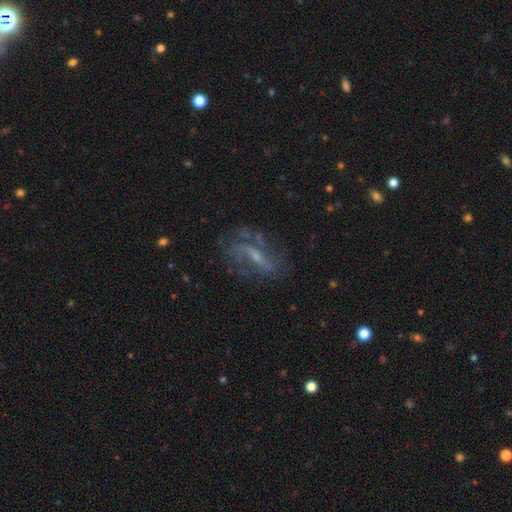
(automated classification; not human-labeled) Smooth or featured: featured or disk — 69% (smooth — 17%)
Edge-on disk: no — 87% (yes — 13%)
Bar: weak — 44% (strong — 29%)
Spiral arms: yes — 77% (no — 23%)
Bulge size: small — 51% (moderate — 29%)
Merging: none — 64% (minor disturbance — 18%)